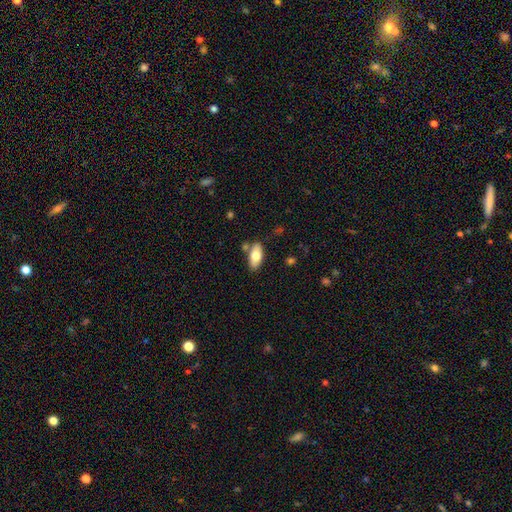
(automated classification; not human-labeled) Smooth or featured: smooth — 71% (featured or disk — 22%)
How rounded: in between — 87% (cigar-shaped — 10%)
Merging: none — 77% (minor disturbance — 13%)